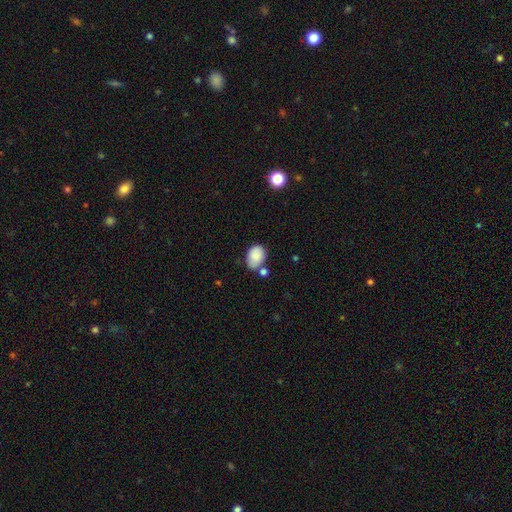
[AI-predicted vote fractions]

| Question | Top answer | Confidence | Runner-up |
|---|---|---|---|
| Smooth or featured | smooth | 85% | featured or disk (8%) |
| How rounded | in between | 79% | round (20%) |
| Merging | none | 54% | minor disturbance (23%) |